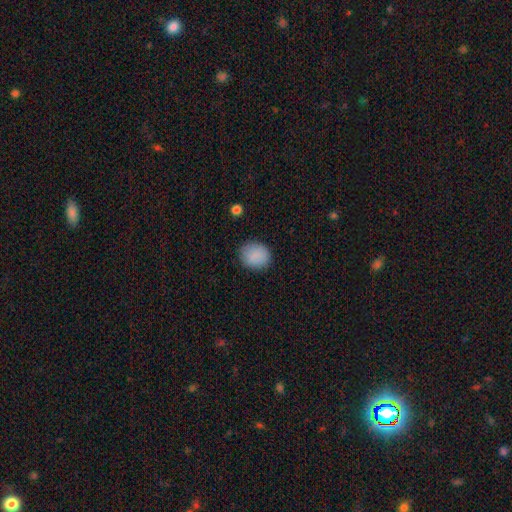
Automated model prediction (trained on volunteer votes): This appears to be a smooth galaxy with no disk features (87%) that is round (67%). Merging: none (85%).